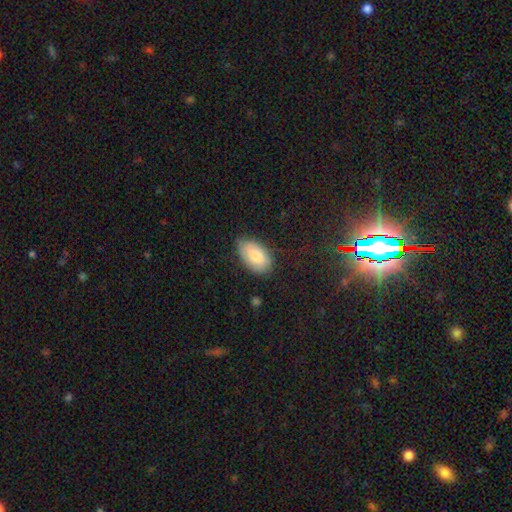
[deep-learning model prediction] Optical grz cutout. It shows a smooth galaxy with no disk features (79%) that is in between round and cigar-shaped (94%). Merging: none (74%).